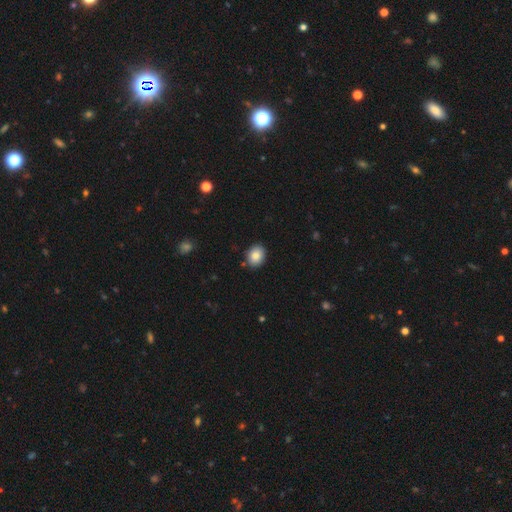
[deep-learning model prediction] Smooth or featured? Predicted: smooth (p=0.85). How rounded? Predicted: round (p=0.51). Merging? Predicted: none (p=0.87).